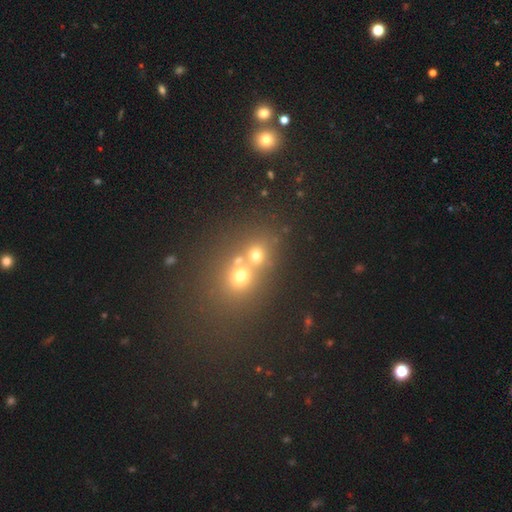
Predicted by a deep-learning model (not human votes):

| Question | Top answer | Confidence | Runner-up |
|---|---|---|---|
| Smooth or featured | smooth | 64% | star or artifact (23%) |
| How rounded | round | 76% | in between (22%) |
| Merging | merger | 50% | none (40%) |